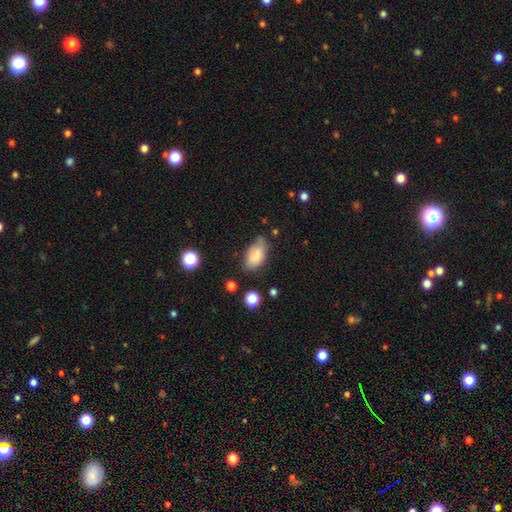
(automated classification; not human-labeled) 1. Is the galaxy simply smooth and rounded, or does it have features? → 81% smooth, 11% featured or disk, 8% star or artifact.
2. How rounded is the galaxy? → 92% in between, 4% cigar-shaped, 3% round.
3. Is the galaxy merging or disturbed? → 60% none, 29% minor disturbance, 7% major disturbance, 4% merger.